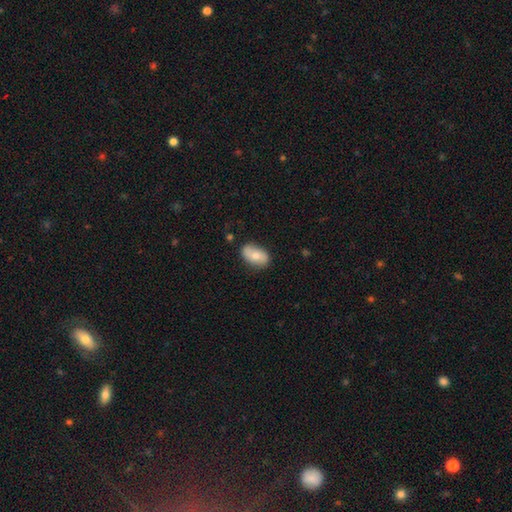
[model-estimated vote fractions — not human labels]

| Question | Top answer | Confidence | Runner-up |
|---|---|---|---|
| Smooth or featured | smooth | 64% | featured or disk (30%) |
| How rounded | in between | 91% | round (7%) |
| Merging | none | 76% | minor disturbance (19%) |